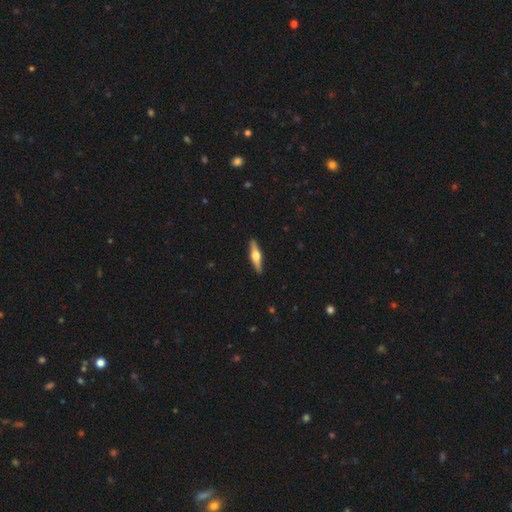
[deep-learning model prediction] smooth_or_featured: featured or disk (p=0.64) [alt: smooth p=0.31]
disk_edge_on: yes (p=0.97) [alt: no p=0.03]
edge_on_bulge: rounded (p=0.95) [alt: boxy p=0.03]
merging: none (p=0.91) [alt: minor disturbance p=0.07]